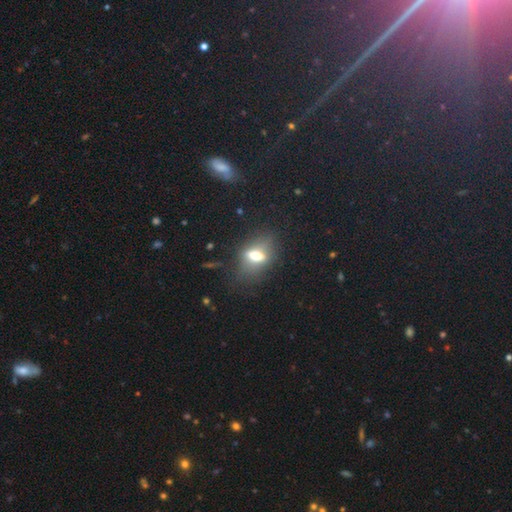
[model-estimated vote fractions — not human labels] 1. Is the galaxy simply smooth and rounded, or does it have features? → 52% smooth, 34% featured or disk, 14% star or artifact.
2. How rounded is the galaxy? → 68% in between, 18% cigar-shaped, 14% round.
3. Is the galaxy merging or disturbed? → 69% none, 16% minor disturbance, 12% major disturbance, 3% merger.